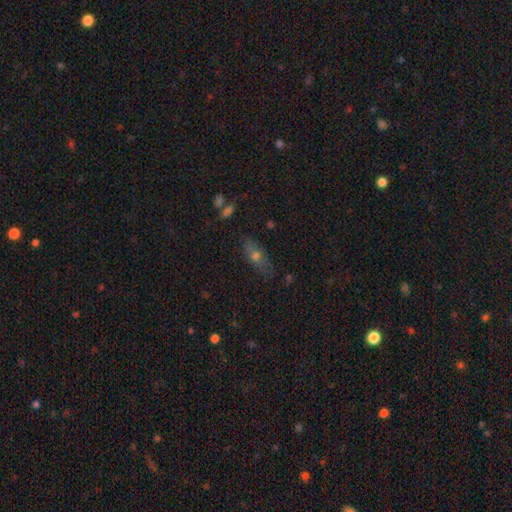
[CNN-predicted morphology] Smooth or featured?
  - smooth: 55% *
  - featured or disk: 32%
  - star or artifact: 13%
How rounded?
  - in between: 61% *
  - cigar-shaped: 32%
  - round: 7%
Merging?
  - none: 76% *
  - minor disturbance: 17%
  - major disturbance: 4%
  - merger: 3%